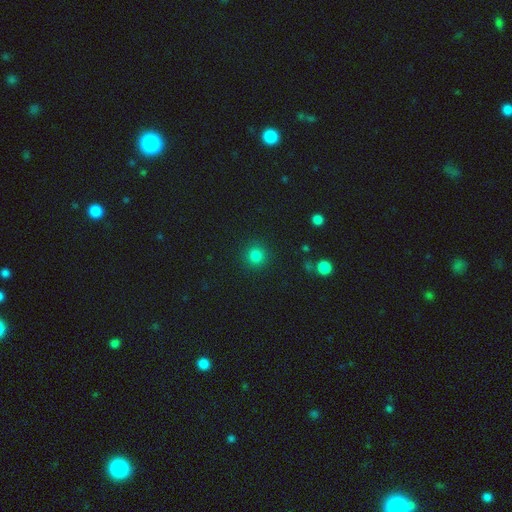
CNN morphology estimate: type=smooth (82%); roundness=round (93%); merging=none (90%).